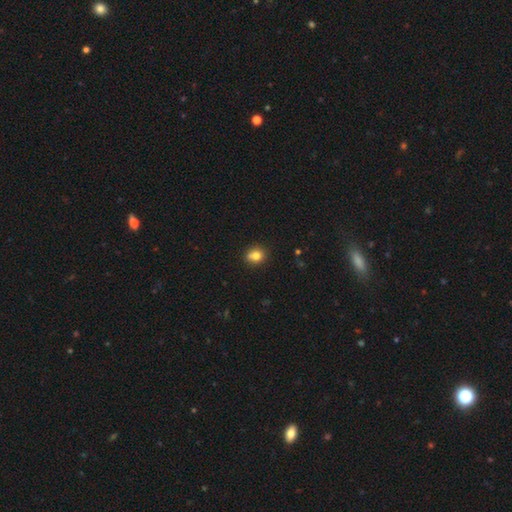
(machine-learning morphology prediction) A smooth galaxy with no disk features (78%) that is round (72%). Merging: none (65%).